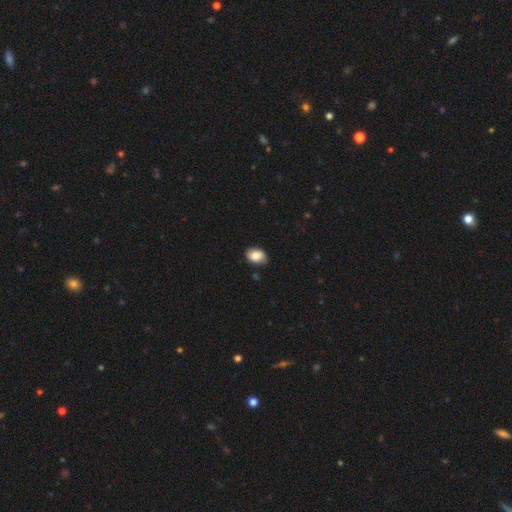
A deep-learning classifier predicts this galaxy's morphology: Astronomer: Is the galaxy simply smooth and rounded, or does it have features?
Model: smooth — 85%.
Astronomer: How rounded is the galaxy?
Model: in between — 82%.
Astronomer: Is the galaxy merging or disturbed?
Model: none — 82%.